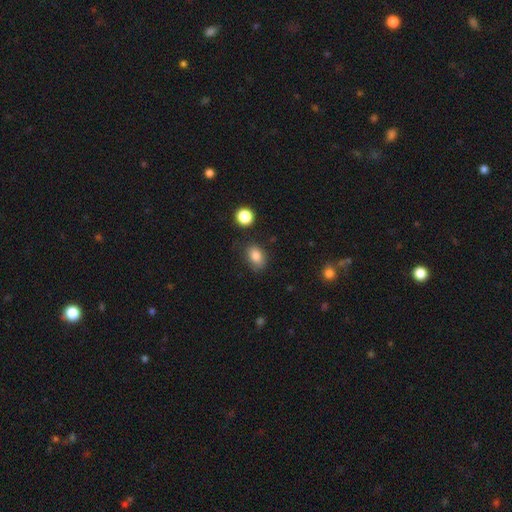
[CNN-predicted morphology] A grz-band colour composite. It shows a smooth galaxy with no disk features (83%) that is in between round and cigar-shaped (78%). Merging: none (77%).